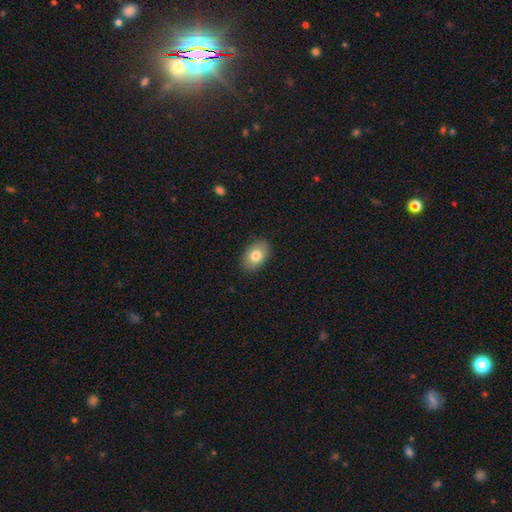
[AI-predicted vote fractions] smooth 79%, featured or disk 14%, star or artifact 7%. Down the decision tree: how rounded — in between (85%); merging — none (85%).